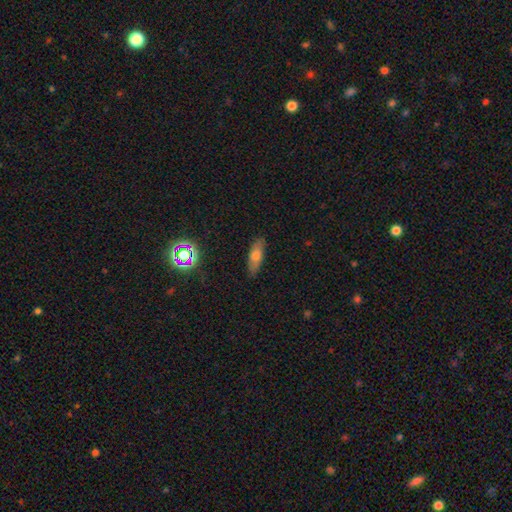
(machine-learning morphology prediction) Q: Smooth or featured?
A: smooth (69%); runner-up: featured or disk (21%)
Q: How rounded?
A: in between (56%); runner-up: cigar-shaped (41%)
Q: Merging?
A: none (85%); runner-up: minor disturbance (12%)